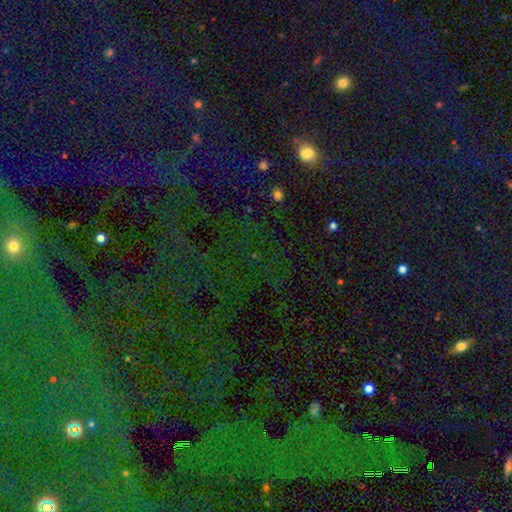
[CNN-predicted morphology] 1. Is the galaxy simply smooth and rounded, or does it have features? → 74% star or artifact, 17% smooth, 9% featured or disk.